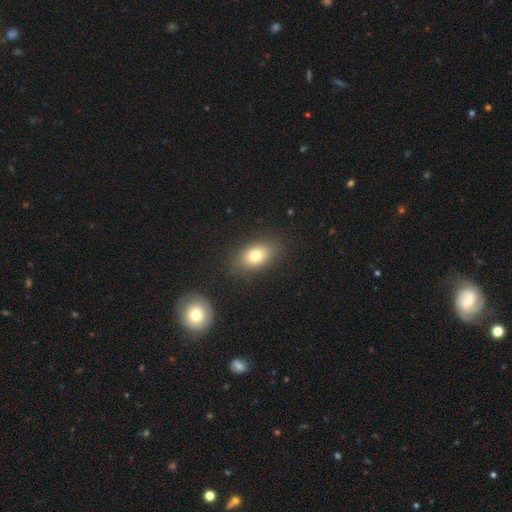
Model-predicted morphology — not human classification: Smooth or featured? Predicted: smooth (p=0.78). How rounded? Predicted: in between (p=0.86). Merging? Predicted: none (p=0.84).